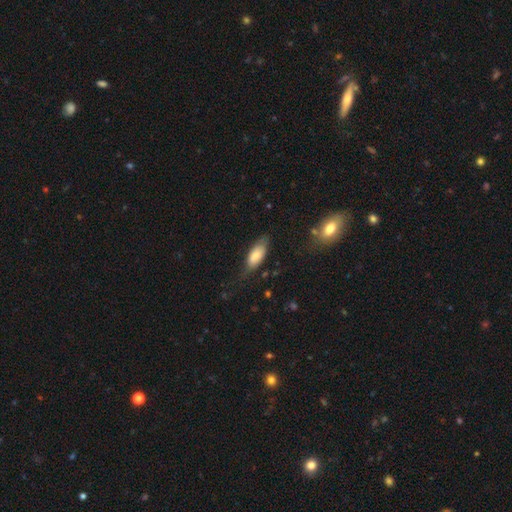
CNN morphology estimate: A smooth galaxy with no disk features (73%) that is in between round and cigar-shaped (82%).

Vote fractions:
- Smooth or featured? smooth: 73% / featured or disk: 20% / star or artifact: 7%
- How rounded? in between: 82% / cigar-shaped: 15% / round: 2%
- Merging? none: 63% / minor disturbance: 26% / major disturbance: 9% / merger: 2%